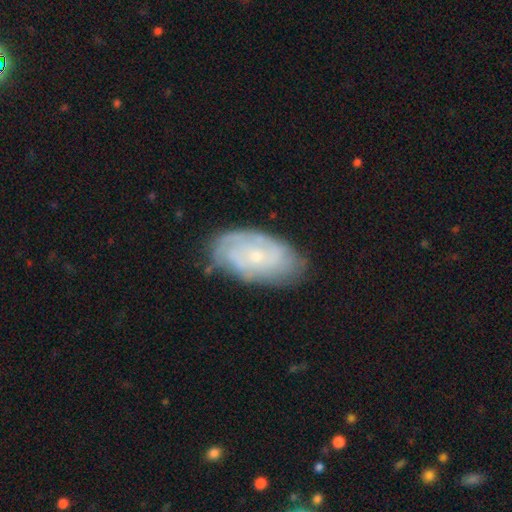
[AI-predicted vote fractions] The model was most divided on "spiral arm count": can't tell: 50%, 2: 19%, 3: 13%, 4: 9%, more than 4: 5%, 1: 4%. More confident: edge-on disk — no (95%); spiral arms — yes (86%); bar — no (78%); bulge size — small (76%); merging — none (73%); smooth or featured — featured or disk (72%); spiral winding — tight (67%).